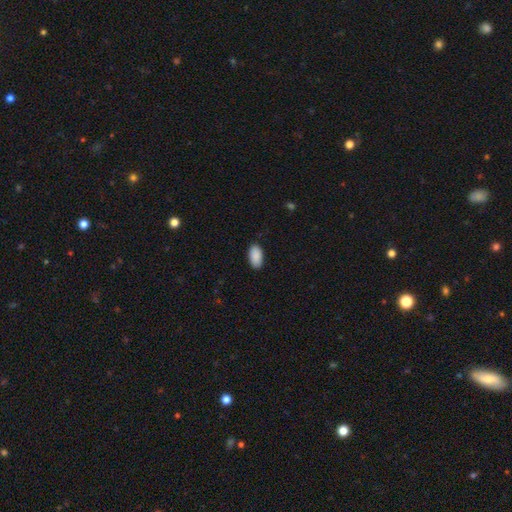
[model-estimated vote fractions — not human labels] Smooth or featured? Predicted: smooth (p=0.90). How rounded? Predicted: in between (p=0.95). Merging? Predicted: none (p=0.87).